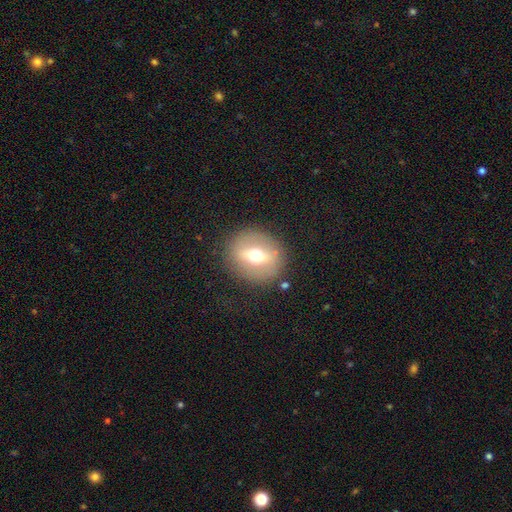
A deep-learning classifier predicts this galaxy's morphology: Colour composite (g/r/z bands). It shows a featured or disk galaxy (46%). Merging: none (84%).